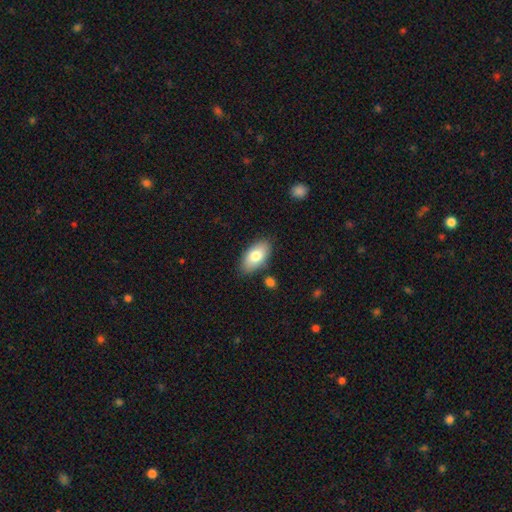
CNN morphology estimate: A smooth galaxy with no disk features (77%) that is in between round and cigar-shaped (94%).

Vote fractions:
- Smooth or featured? smooth: 77% / featured or disk: 16% / star or artifact: 7%
- How rounded? in between: 94% / round: 4% / cigar-shaped: 3%
- Merging? none: 82% / minor disturbance: 12% / merger: 3% / major disturbance: 3%